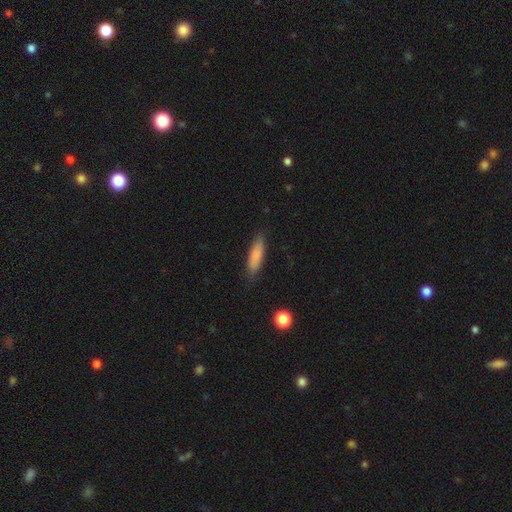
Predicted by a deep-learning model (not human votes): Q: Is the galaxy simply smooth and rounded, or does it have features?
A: smooth — 84%.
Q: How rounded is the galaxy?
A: cigar-shaped — 64%.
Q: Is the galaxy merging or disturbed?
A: none — 84%.